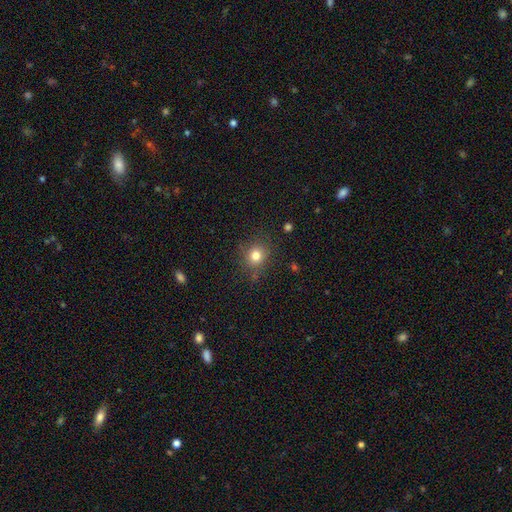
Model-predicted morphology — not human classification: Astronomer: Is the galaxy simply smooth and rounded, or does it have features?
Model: smooth — 79%.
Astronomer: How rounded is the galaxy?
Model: round — 83%.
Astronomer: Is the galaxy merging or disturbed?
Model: none — 83%.